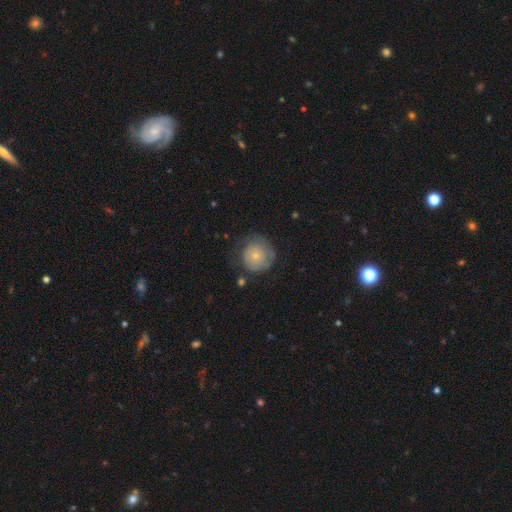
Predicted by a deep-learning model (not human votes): This appears to be a smooth galaxy with no disk features (67%) that is round (91%). Merging: none (59%).